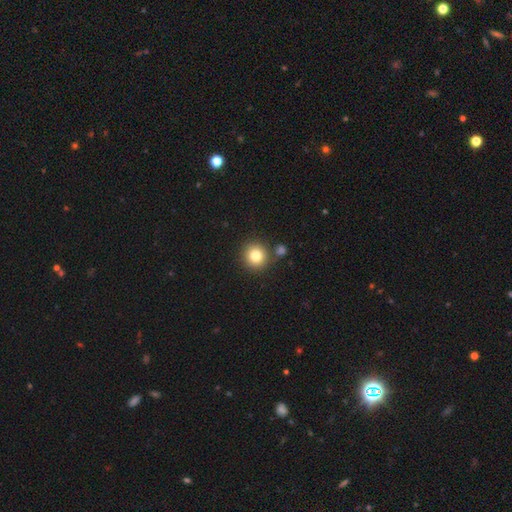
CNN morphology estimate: Smooth or featured?
  - smooth: 80% *
  - star or artifact: 12%
  - featured or disk: 8%
How rounded?
  - round: 92% *
  - in between: 7%
  - cigar-shaped: 1%
Merging?
  - none: 81% *
  - merger: 9%
  - minor disturbance: 8%
  - major disturbance: 3%